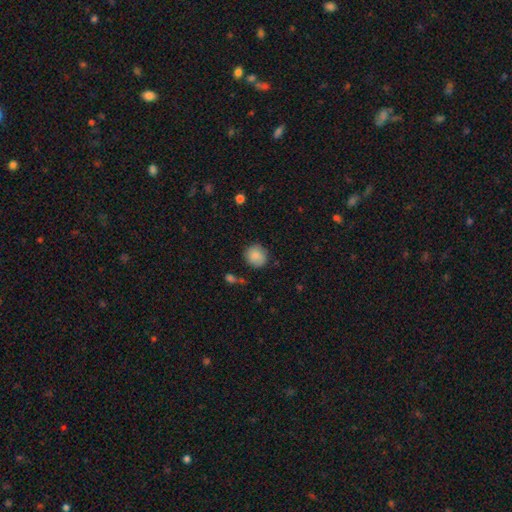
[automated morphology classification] smooth_or_featured: smooth (p=0.86) [alt: star or artifact p=0.08]
how_rounded: round (p=0.88) [alt: in between p=0.11]
merging: none (p=0.82) [alt: minor disturbance p=0.13]